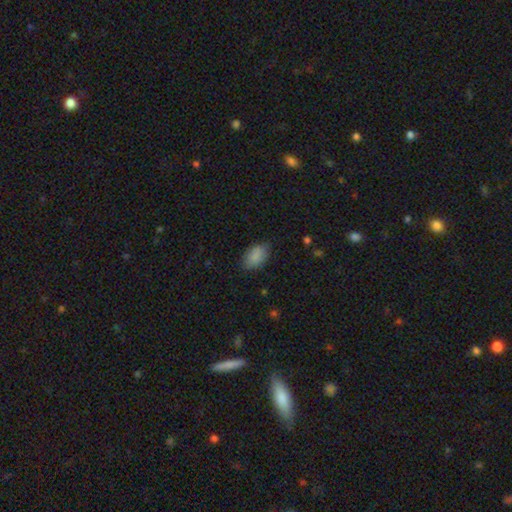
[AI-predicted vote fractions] Overall: smooth (88%). How rounded: in between (91%). Merging: none (78%).